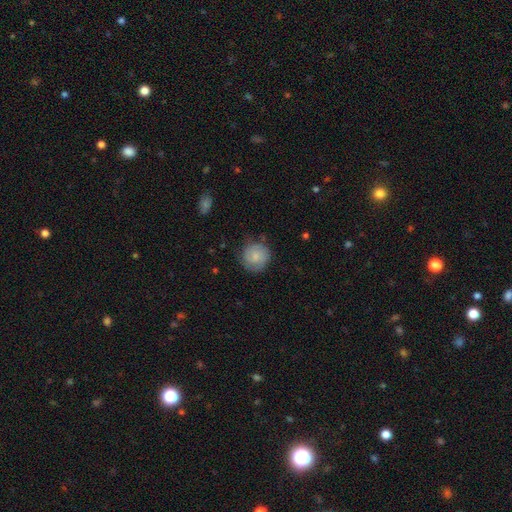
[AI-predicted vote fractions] Overall: smooth (55%; featured or disk 38%). How rounded: round (88%). Merging: none (74%).